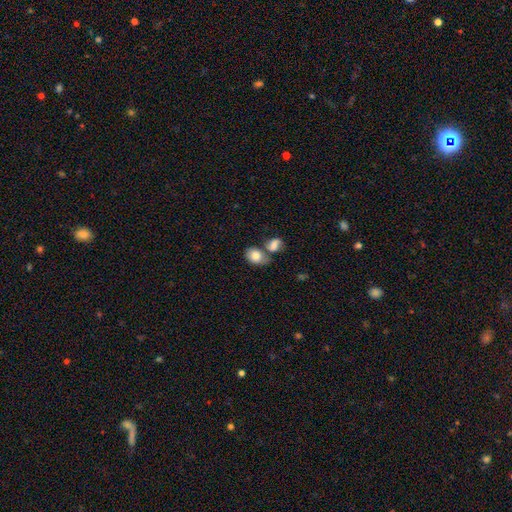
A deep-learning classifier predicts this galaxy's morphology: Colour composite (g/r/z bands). It shows a smooth galaxy with no disk features (80%) that is in between round and cigar-shaped (70%). Merging: merger (41%).